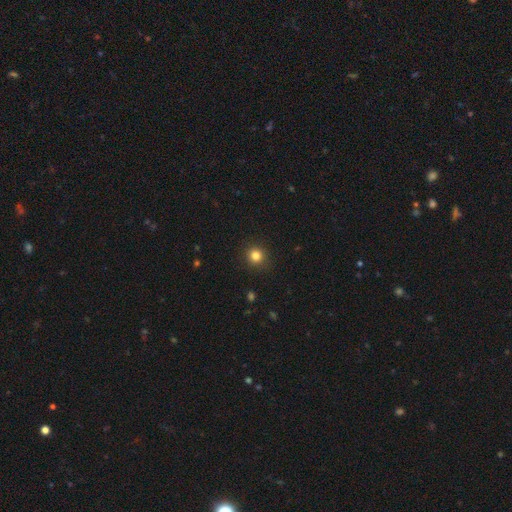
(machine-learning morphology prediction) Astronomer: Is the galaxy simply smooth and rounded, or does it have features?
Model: smooth — 82%.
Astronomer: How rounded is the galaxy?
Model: round — 93%.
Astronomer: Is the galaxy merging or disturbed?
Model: none — 91%.